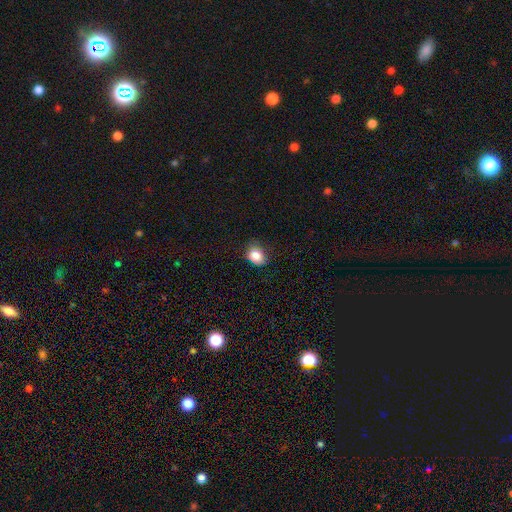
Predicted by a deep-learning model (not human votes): Smooth or featured? smooth (84%)
How rounded? in between (51%)
Merging? none (67%)